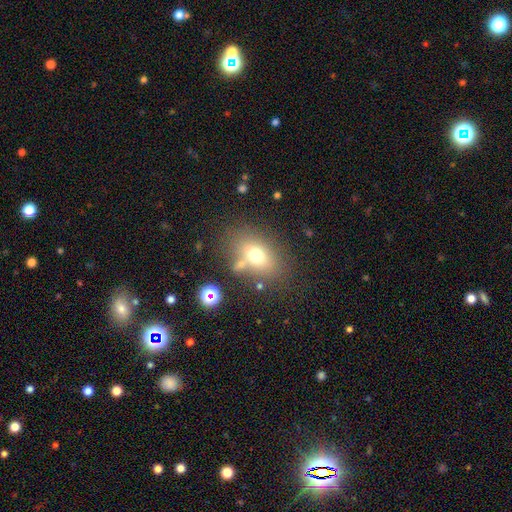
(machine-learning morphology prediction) The model was most divided on "how rounded": in between: 73%, round: 25%, cigar-shaped: 2%. More confident: smooth or featured — smooth (68%); merging — none (66%).